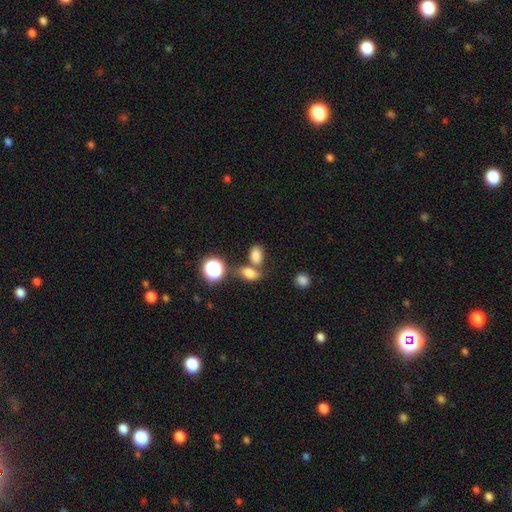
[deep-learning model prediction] Smooth or featured?
  - smooth: 80% *
  - star or artifact: 13%
  - featured or disk: 7%
How rounded?
  - in between: 84% *
  - round: 14%
  - cigar-shaped: 2%
Merging?
  - none: 52% *
  - merger: 33%
  - minor disturbance: 11%
  - major disturbance: 5%